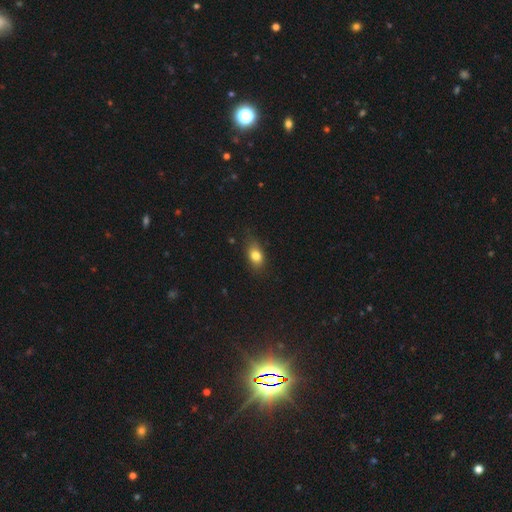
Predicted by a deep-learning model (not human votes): This is likely a smooth galaxy (80%). How rounded: likely in between (75%). Merging: likely none (74%).